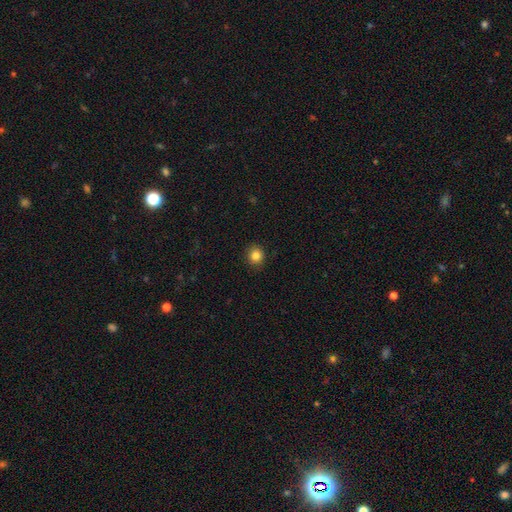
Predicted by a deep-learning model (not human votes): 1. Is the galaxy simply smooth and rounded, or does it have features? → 84% smooth, 11% star or artifact, 5% featured or disk.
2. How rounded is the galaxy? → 92% round, 7% in between, 1% cigar-shaped.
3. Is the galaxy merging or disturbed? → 92% none, 6% minor disturbance, 2% major disturbance, 1% merger.